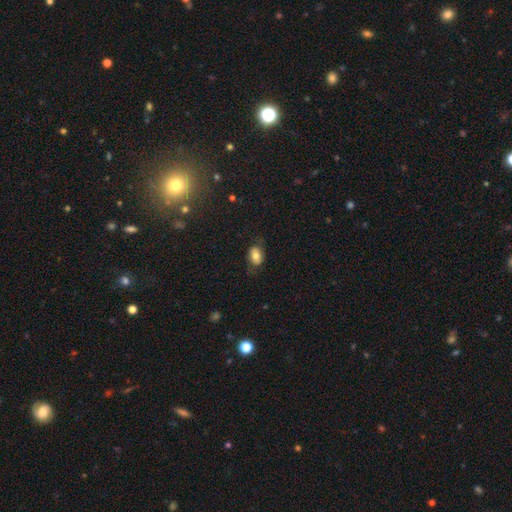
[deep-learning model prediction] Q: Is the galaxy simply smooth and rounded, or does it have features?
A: smooth — 71%.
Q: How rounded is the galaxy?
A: in between — 79%.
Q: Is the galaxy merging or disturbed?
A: none — 72%.